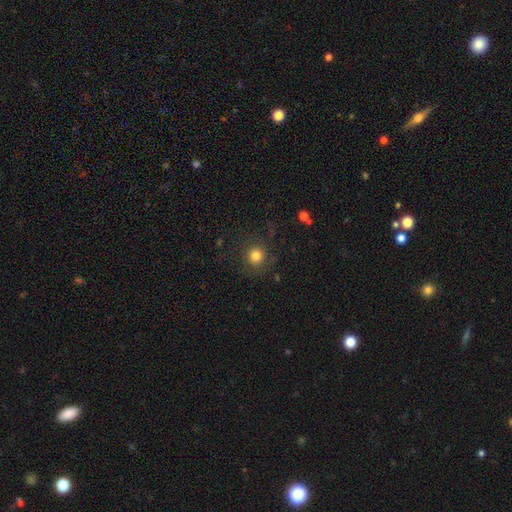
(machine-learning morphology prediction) smooth_or_featured: smooth (p=0.80) [alt: star or artifact p=0.12]
how_rounded: round (p=0.94) [alt: in between p=0.06]
merging: none (p=0.82) [alt: minor disturbance p=0.10]